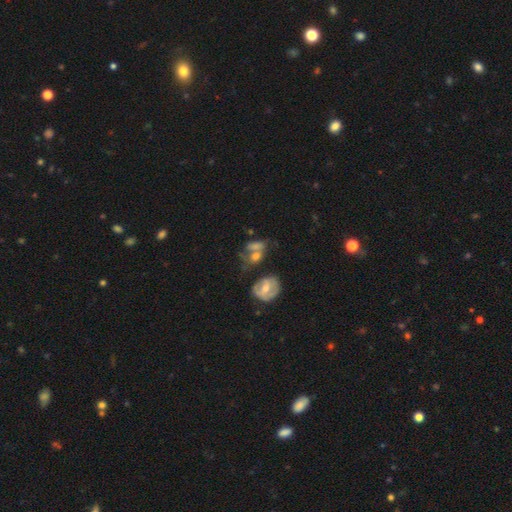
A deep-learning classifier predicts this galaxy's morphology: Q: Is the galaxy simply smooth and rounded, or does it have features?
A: smooth — 53%.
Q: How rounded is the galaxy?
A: in between — 68%.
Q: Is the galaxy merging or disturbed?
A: merger — 40%.